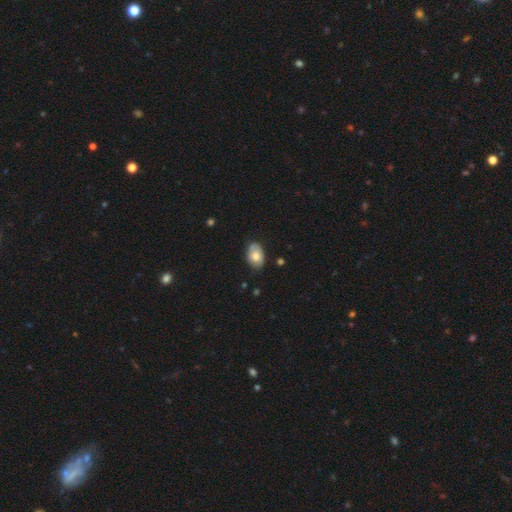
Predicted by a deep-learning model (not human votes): smooth-or-featured: smooth: 70% | featured or disk: 22% | star or artifact: 7%
  how-rounded: in between: 86% | round: 13% | cigar-shaped: 1%
  merging: none: 67% | minor disturbance: 26% | major disturbance: 5% | merger: 2%